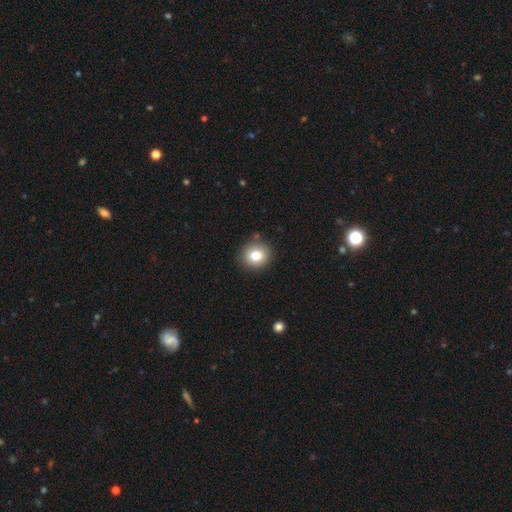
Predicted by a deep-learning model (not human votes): smooth_or_featured: smooth (p=0.80) [alt: star or artifact p=0.11]
how_rounded: round (p=0.85) [alt: in between p=0.14]
merging: none (p=0.85) [alt: minor disturbance p=0.10]